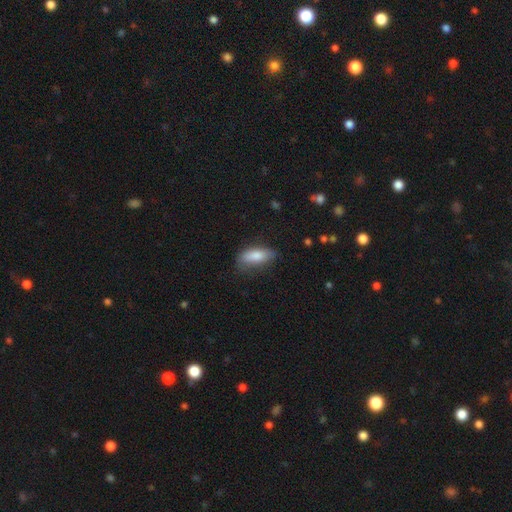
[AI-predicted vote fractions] Overall: smooth (80%). How rounded: in between (76%). Merging: none (66%).